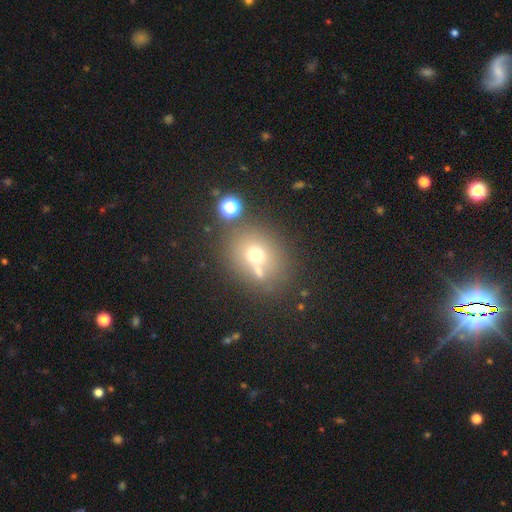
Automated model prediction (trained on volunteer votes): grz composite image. It shows a smooth galaxy with no disk features (63%) that is round (68%). Merging: none (62%).